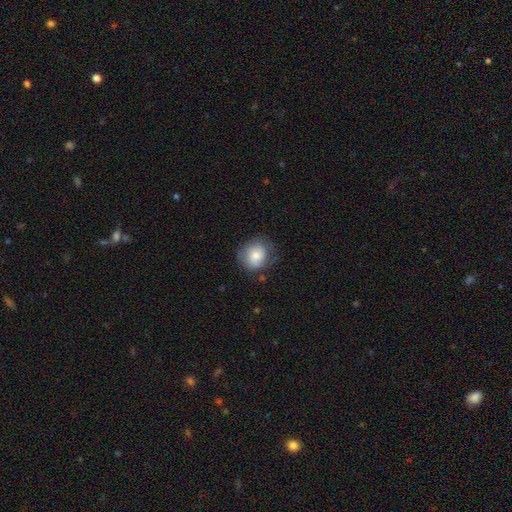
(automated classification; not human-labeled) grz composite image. It shows a smooth galaxy with no disk features (70%) that is round (71%). Merging: none (67%).